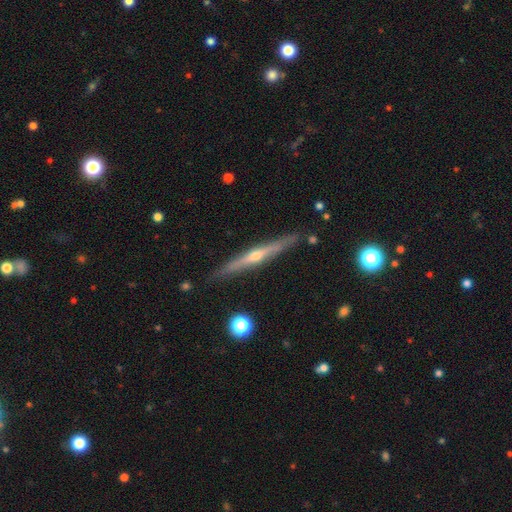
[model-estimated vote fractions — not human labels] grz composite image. It shows a featured or disk galaxy (78%) viewed edge-on (97%) with a rounded central bulge (83%). Merging: none (89%).